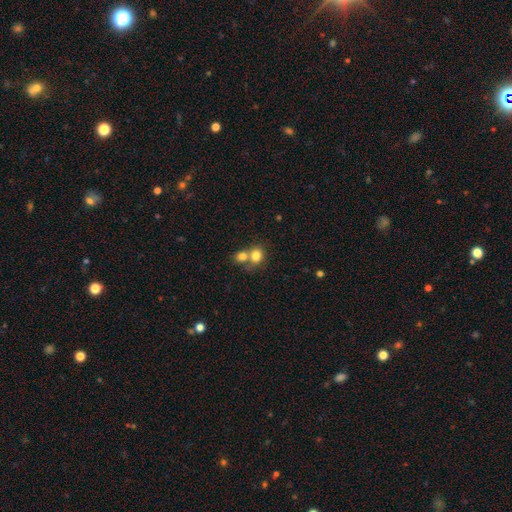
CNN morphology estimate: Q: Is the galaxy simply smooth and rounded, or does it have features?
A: smooth — 79%.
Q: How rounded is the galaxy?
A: round — 65%.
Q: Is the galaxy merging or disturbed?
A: merger — 56%.